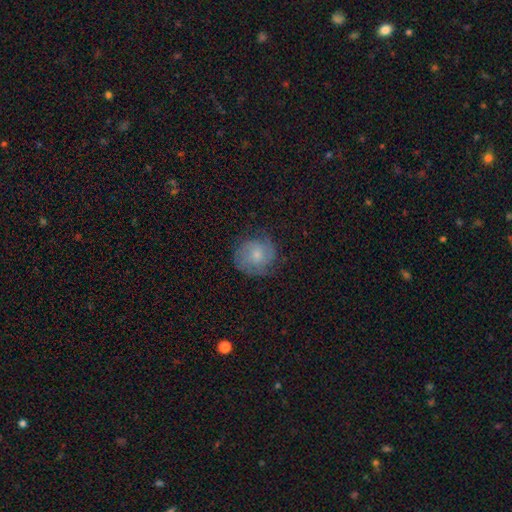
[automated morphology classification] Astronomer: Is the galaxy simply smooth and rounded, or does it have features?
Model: featured or disk — 50% (runner-up: smooth, 42%).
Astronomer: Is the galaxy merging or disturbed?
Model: none — 73%.